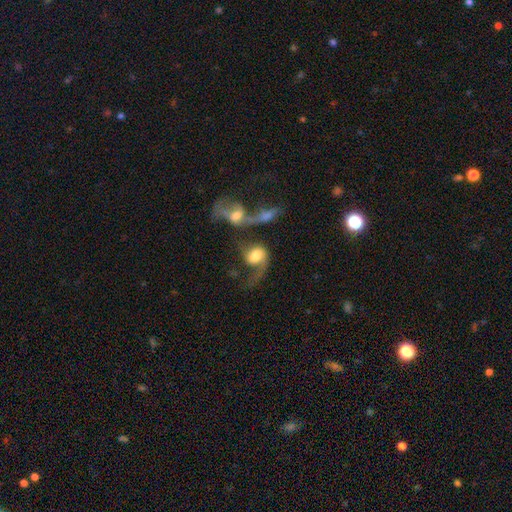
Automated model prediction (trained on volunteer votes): Smooth or featured? Predicted: featured or disk (p=0.53). Edge-on disk? Predicted: no (p=0.95). Bar? Predicted: no (p=0.65). Spiral arms? Predicted: yes (p=0.79). Bulge size? Predicted: large (p=0.41). Merging? Predicted: merger (p=0.57).